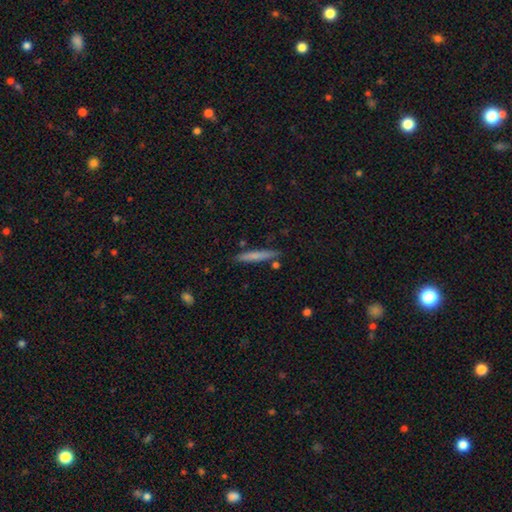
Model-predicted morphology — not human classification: This is likely a smooth galaxy (68%). How rounded: clearly cigar-shaped (95%). Merging: clearly none (84%).